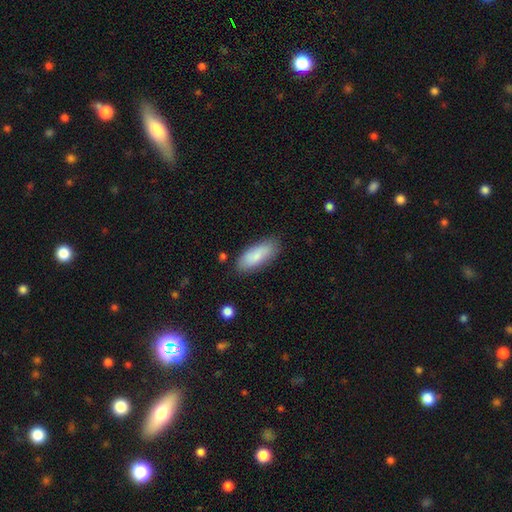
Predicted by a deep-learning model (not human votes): This appears to be a smooth galaxy with no disk features (82%) that is in between round and cigar-shaped (78%). Merging: none (81%).